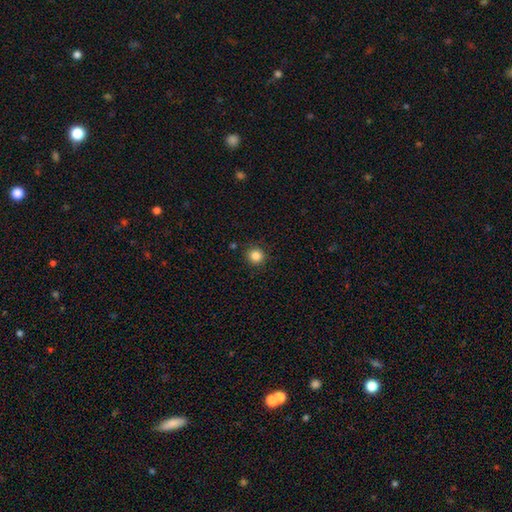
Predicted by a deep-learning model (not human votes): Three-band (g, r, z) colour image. It shows a smooth galaxy with no disk features (85%) that is round (94%). Merging: none (90%).